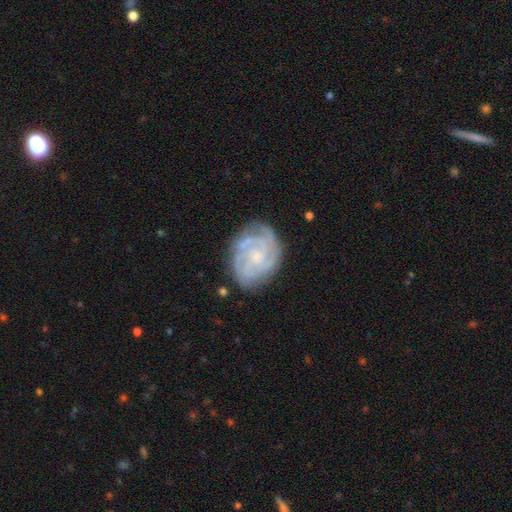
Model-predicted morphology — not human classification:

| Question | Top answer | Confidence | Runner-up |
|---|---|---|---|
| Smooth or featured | featured or disk | 82% | smooth (12%) |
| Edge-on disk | no | 97% | yes (3%) |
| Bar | no | 71% | weak (26%) |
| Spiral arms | yes | 95% | no (5%) |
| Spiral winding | tight | 67% | medium (28%) |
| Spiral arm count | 3 | 28% | can't tell (27%) |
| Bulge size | small | 64% | moderate (25%) |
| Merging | none | 74% | minor disturbance (18%) |